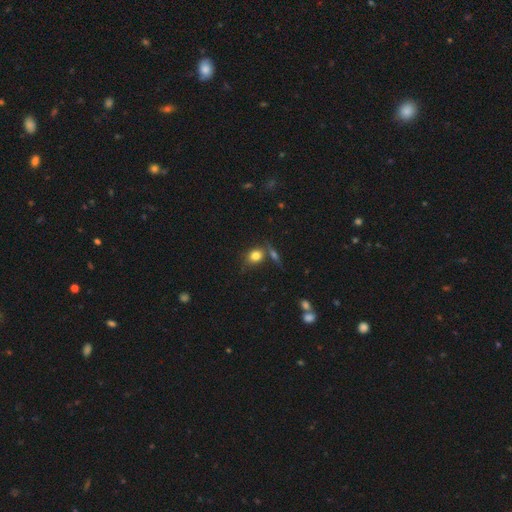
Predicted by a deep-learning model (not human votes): Morphology: type=smooth (80%); roundness=round (52%); merging=none (60%).